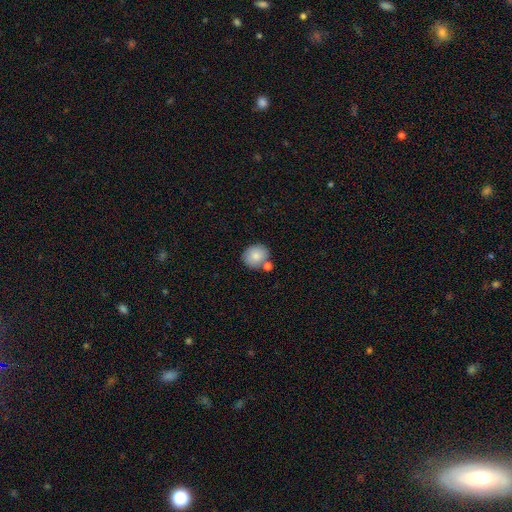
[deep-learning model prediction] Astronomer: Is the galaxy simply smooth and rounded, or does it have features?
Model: smooth — 82%.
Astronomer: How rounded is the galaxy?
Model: round — 81%.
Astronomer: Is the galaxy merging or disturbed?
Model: none — 64%.